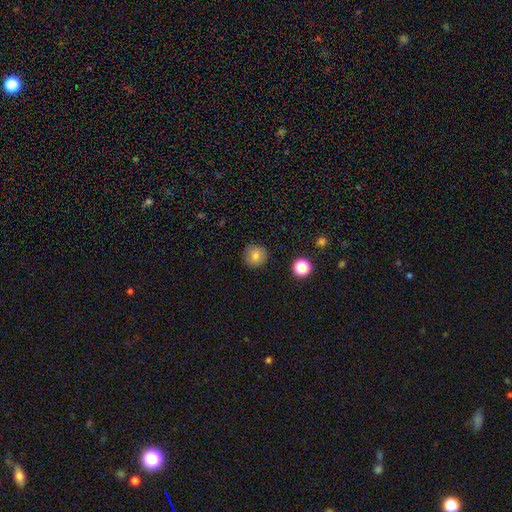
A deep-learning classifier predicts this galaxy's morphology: This is clearly a smooth galaxy (83%). How rounded: clearly round (93%). Merging: clearly none (90%).